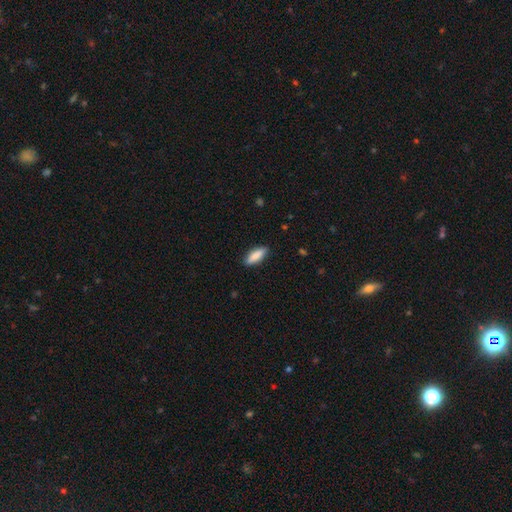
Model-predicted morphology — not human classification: Smooth or featured: smooth — 86% (featured or disk — 8%)
How rounded: in between — 57% (cigar-shaped — 41%)
Merging: none — 88% (minor disturbance — 9%)